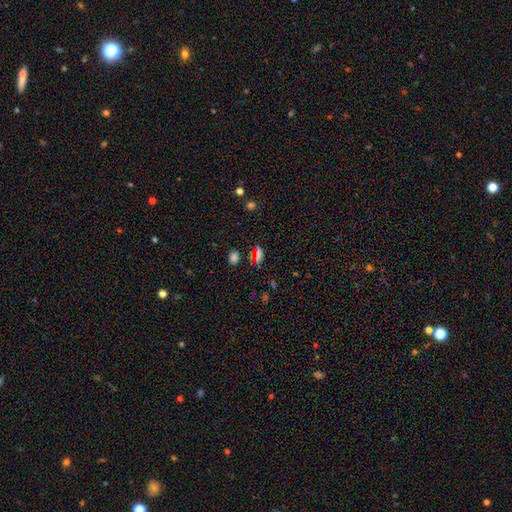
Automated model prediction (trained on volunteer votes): Smooth or featured? Predicted: smooth (p=0.64). How rounded? Predicted: in between (p=0.73). Merging? Predicted: none (p=0.75).